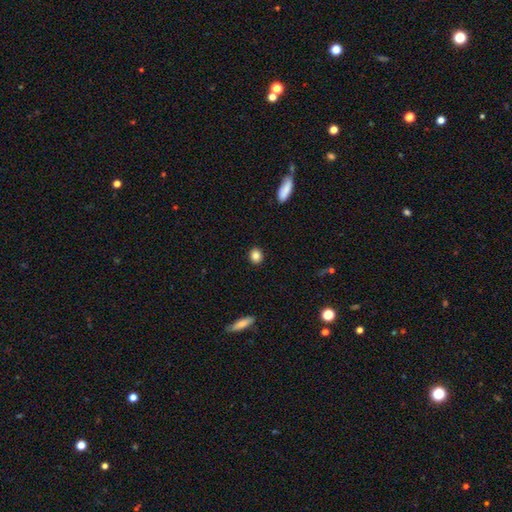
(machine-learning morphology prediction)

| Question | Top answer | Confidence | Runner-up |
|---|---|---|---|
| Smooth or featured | smooth | 86% | star or artifact (9%) |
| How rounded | round | 74% | in between (24%) |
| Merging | none | 91% | minor disturbance (6%) |